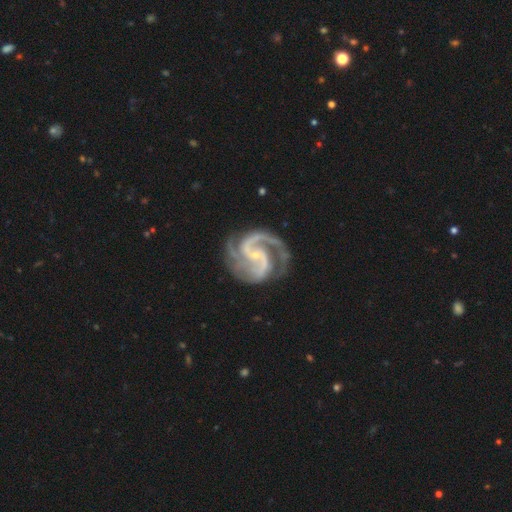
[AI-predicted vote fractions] Morphology: type=featured or disk (94%); edge-on=no (98%); bar=weak (39%); spiral arms=yes (99%); winding=medium (63%); arm count=2 (69%); bulge=small (82%); merging=none (72%).